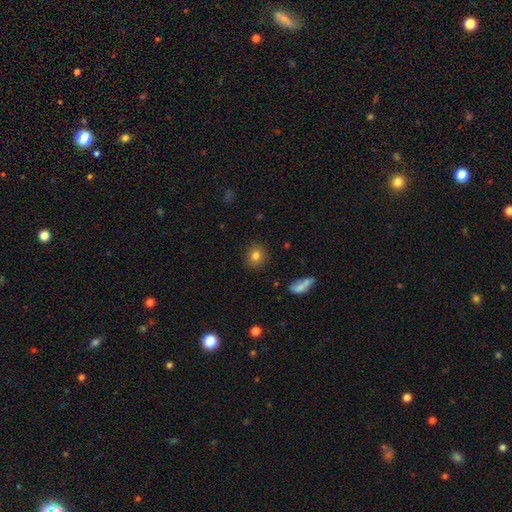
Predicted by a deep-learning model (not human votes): Smooth or featured: smooth — 81% (star or artifact — 11%)
How rounded: round — 80% (in between — 19%)
Merging: none — 87% (minor disturbance — 9%)